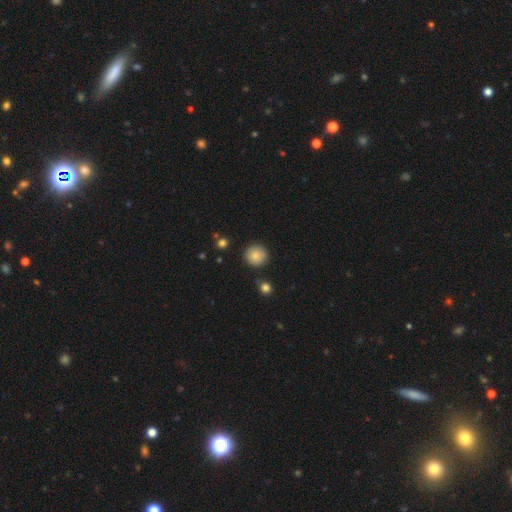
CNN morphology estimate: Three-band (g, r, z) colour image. It shows a smooth galaxy with no disk features (83%) that is round (93%). Merging: none (85%).